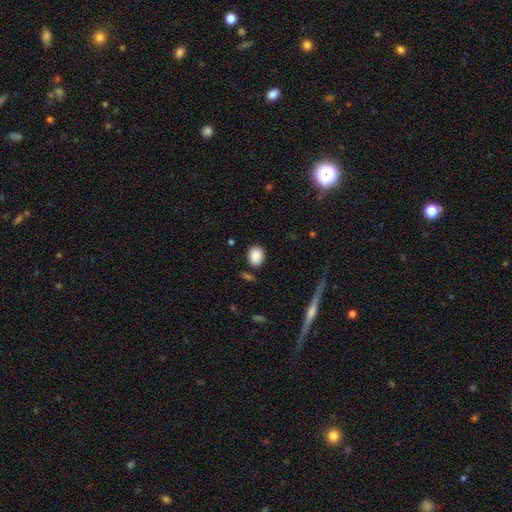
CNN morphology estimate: A smooth galaxy with no disk features (88%) that is round (59%).

Vote fractions:
- Smooth or featured? smooth: 88% / star or artifact: 8% / featured or disk: 4%
- How rounded? round: 59% / in between: 40% / cigar-shaped: 1%
- Merging? none: 79% / minor disturbance: 14% / major disturbance: 4% / merger: 4%